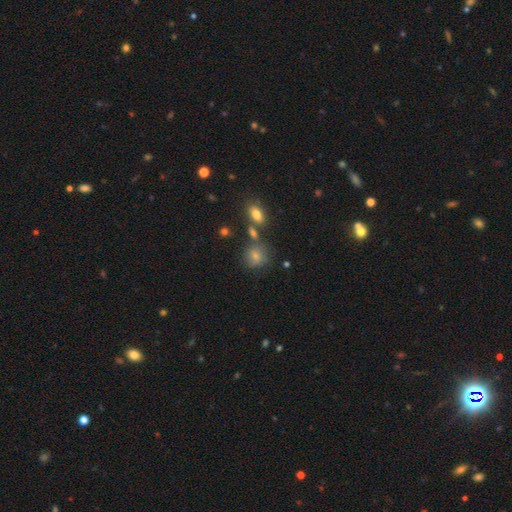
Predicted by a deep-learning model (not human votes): The model was most divided on "how rounded": round: 67%, in between: 31%, cigar-shaped: 1%. More confident: smooth or featured — smooth (74%); merging — none (59%).